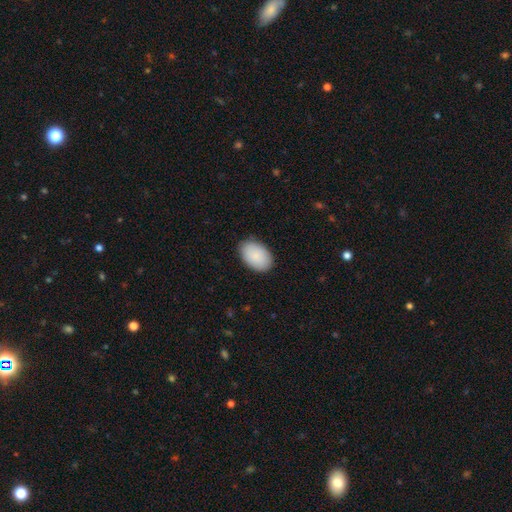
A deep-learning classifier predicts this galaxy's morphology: smooth-or-featured: smooth: 90% | star or artifact: 6% | featured or disk: 4%
  how-rounded: in between: 91% | round: 8% | cigar-shaped: 1%
  merging: none: 86% | minor disturbance: 11% | major disturbance: 2% | merger: 1%